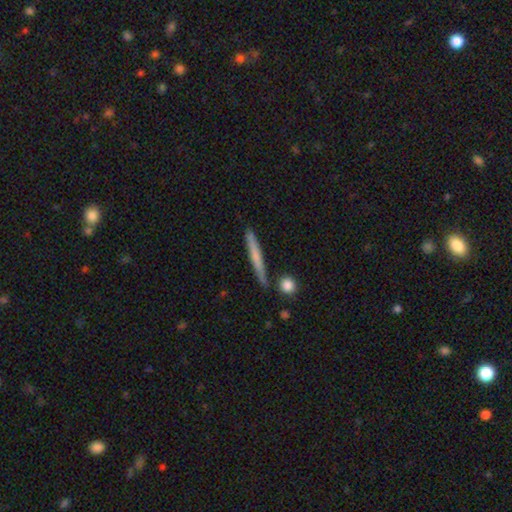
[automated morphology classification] type=smooth (58%); roundness=cigar-shaped (95%); merging=none (84%).